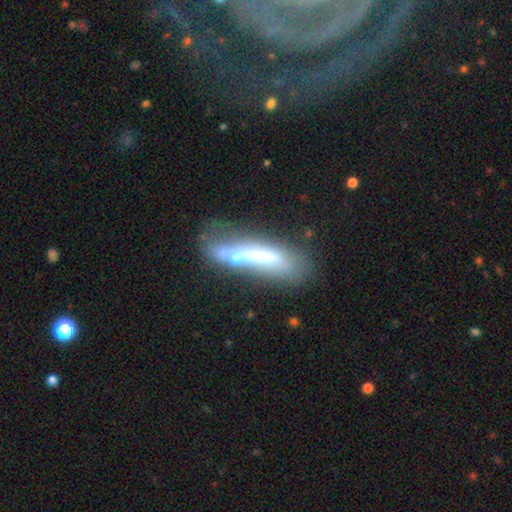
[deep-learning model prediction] Smooth or featured?
  - featured or disk: 48% *
  - smooth: 42%
  - star or artifact: 9%
Merging?
  - none: 40% *
  - minor disturbance: 23%
  - merger: 19%
  - major disturbance: 18%